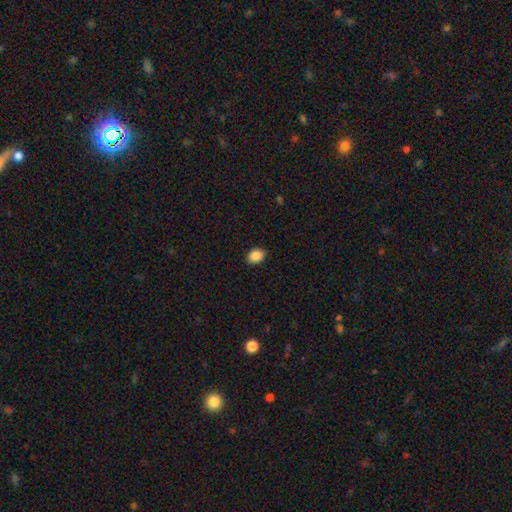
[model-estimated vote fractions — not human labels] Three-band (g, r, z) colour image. It shows a smooth galaxy with no disk features (88%) that is in between round and cigar-shaped (66%). Merging: none (89%).